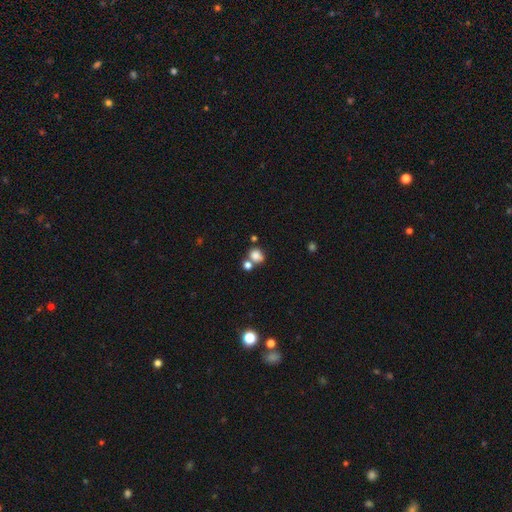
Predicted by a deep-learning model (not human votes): smooth_or_featured: smooth (p=0.80) [alt: star or artifact p=0.12]
how_rounded: round (p=0.63) [alt: in between p=0.36]
merging: none (p=0.48) [alt: merger p=0.36]